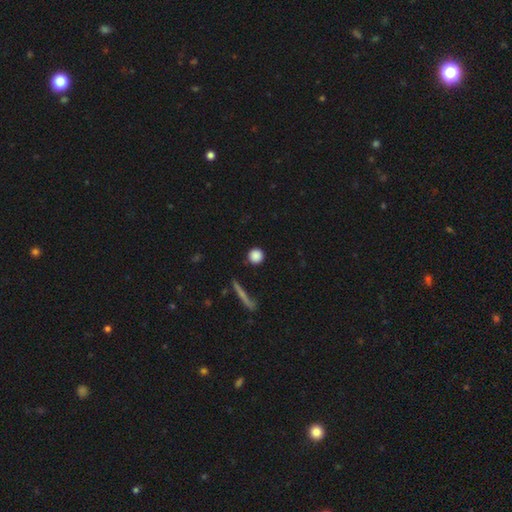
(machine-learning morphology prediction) smooth-or-featured: smooth: 86% | star or artifact: 9% | featured or disk: 5%
  how-rounded: round: 93% | in between: 4% | cigar-shaped: 2%
  merging: none: 88% | minor disturbance: 7% | merger: 3% | major disturbance: 2%